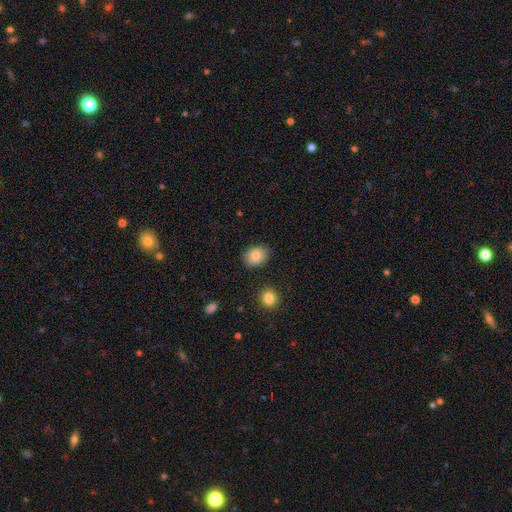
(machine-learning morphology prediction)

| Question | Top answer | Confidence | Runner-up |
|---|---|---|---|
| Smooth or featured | smooth | 84% | star or artifact (9%) |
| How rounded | round | 53% | in between (47%) |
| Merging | none | 85% | minor disturbance (10%) |